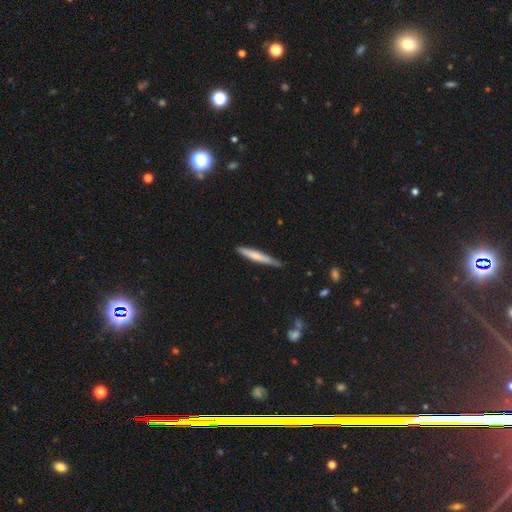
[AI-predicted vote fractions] Smooth or featured: smooth — 67% (featured or disk — 28%)
How rounded: cigar-shaped — 95% (in between — 3%)
Merging: none — 80% (minor disturbance — 16%)